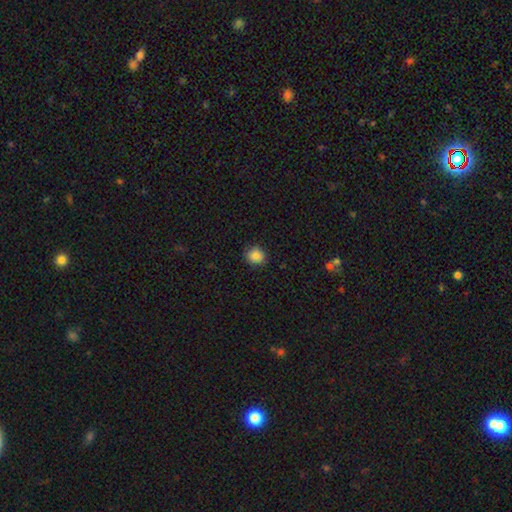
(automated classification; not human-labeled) Morphology: type=smooth (84%); roundness=round (84%); merging=none (87%).